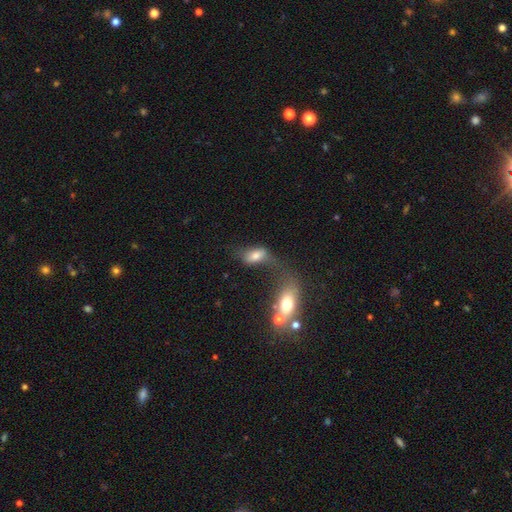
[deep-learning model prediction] A smooth galaxy with no disk features (66%) that is in between round and cigar-shaped (87%). Merging: merger (41%).